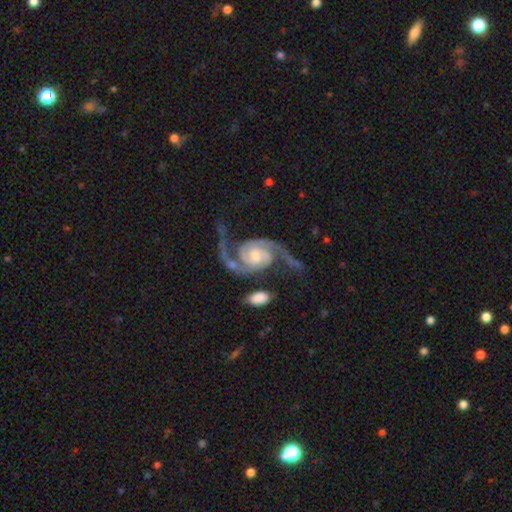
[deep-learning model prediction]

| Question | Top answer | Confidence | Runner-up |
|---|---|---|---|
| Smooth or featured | featured or disk | 94% | star or artifact (3%) |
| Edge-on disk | no | 98% | yes (2%) |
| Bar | no | 56% | weak (33%) |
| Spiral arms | yes | 99% | no (1%) |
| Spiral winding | medium | 51% | tight (26%) |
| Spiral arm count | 2 | 93% | 3 (2%) |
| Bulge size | moderate | 43% | small (41%) |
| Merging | none | 55% | minor disturbance (18%) |